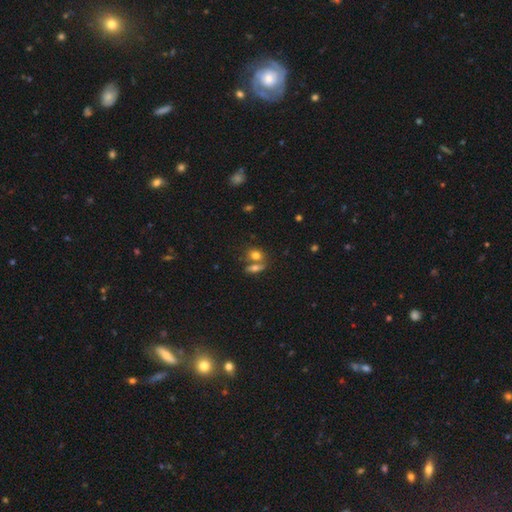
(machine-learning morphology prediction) smooth_or_featured: smooth (p=0.74) [alt: featured or disk p=0.13]
how_rounded: in between (p=0.54) [alt: round p=0.41]
merging: merger (p=0.45) [alt: none p=0.42]